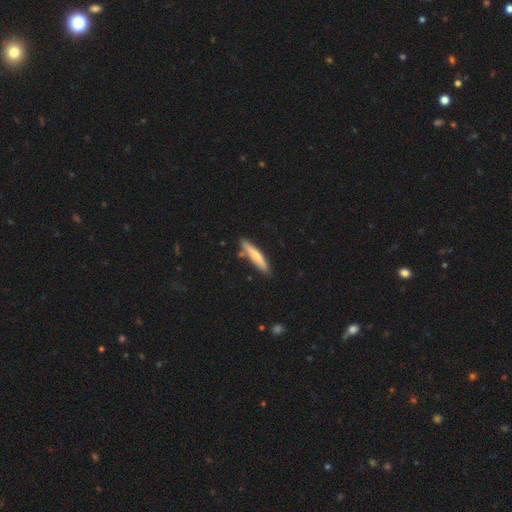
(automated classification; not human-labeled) A smooth galaxy with no disk features (60%) that is cigar-shaped (87%). Merging: none (81%).